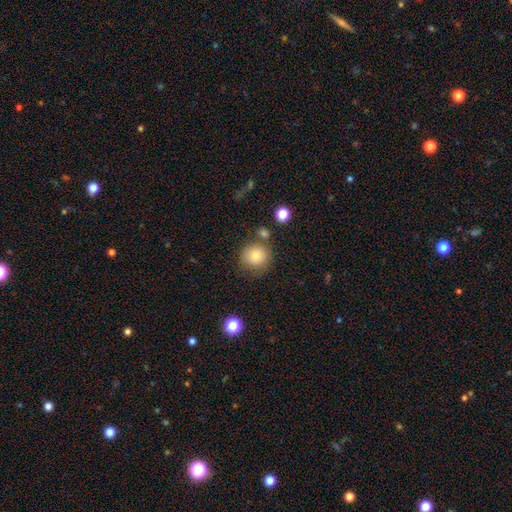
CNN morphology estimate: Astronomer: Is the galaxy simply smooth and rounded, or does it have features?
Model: smooth — 80%.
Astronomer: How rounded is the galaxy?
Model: round — 90%.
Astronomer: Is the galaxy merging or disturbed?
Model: none — 72%.